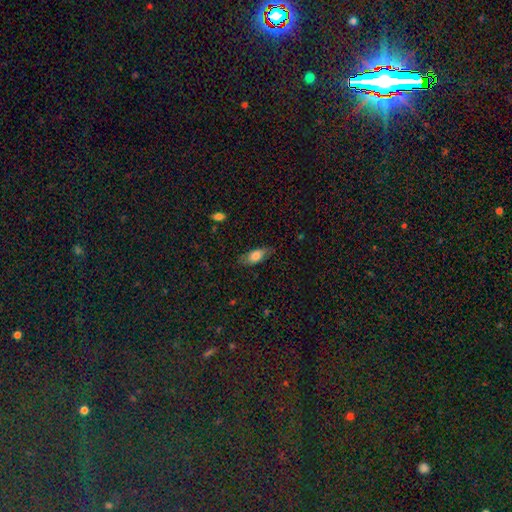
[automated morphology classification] A smooth galaxy with no disk features (74%) that is in between round and cigar-shaped (81%). Merging: none (75%).